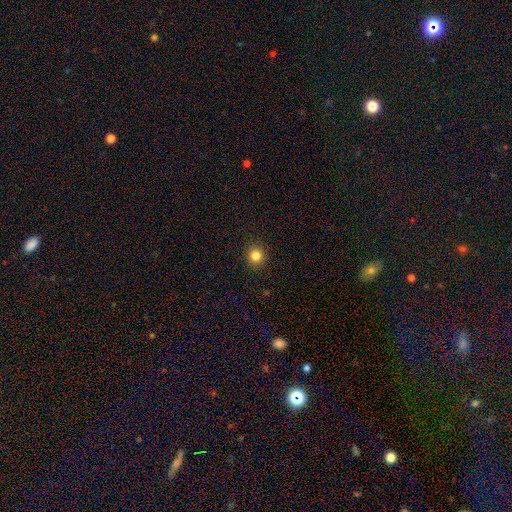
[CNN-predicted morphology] smooth-or-featured: smooth: 84% | star or artifact: 11% | featured or disk: 5%
  how-rounded: round: 92% | in between: 7% | cigar-shaped: 1%
  merging: none: 91% | minor disturbance: 6% | major disturbance: 2% | merger: 1%